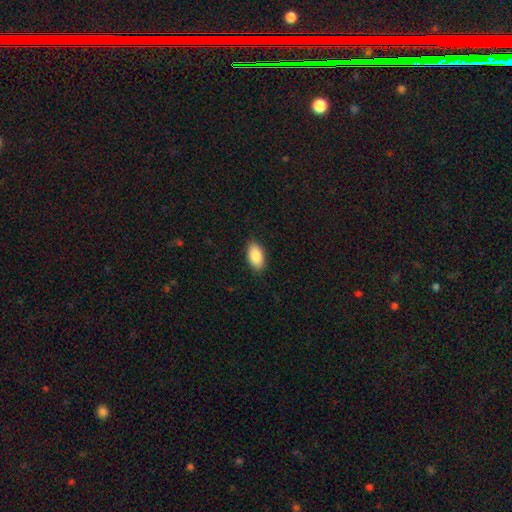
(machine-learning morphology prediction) This appears to be a smooth galaxy with no disk features (88%) that is in between round and cigar-shaped (94%). Merging: none (89%).